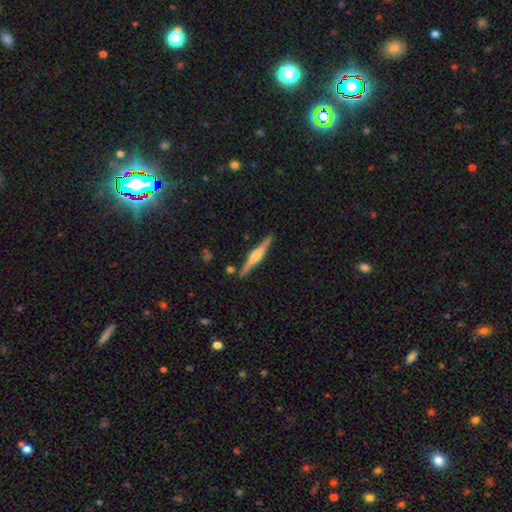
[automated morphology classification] This is likely a featured or disk galaxy (75%). It is clearly viewed edge-on (98%). Edge-on bulge: likely rounded (77%). Merging: clearly none (90%).